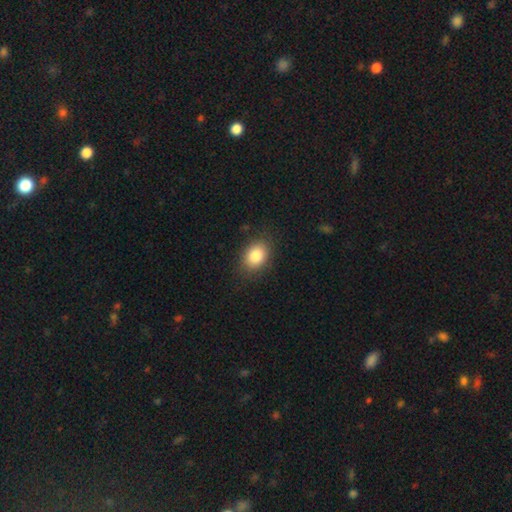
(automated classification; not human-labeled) smooth 83%, star or artifact 9%, featured or disk 8%. Down the decision tree: how rounded — in between (69%); merging — none (83%).